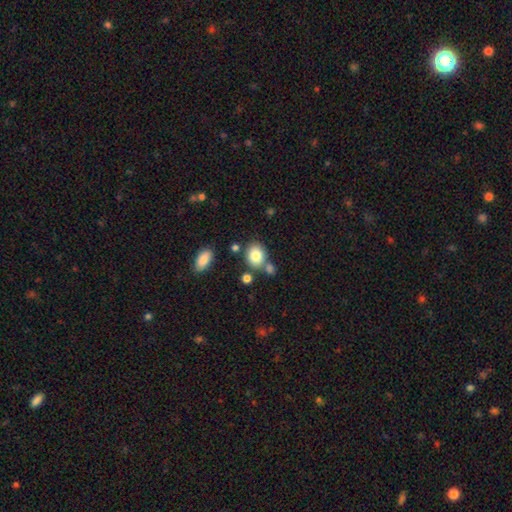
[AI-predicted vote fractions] Smooth or featured? smooth (82%)
How rounded? in between (55%)
Merging? none (65%)